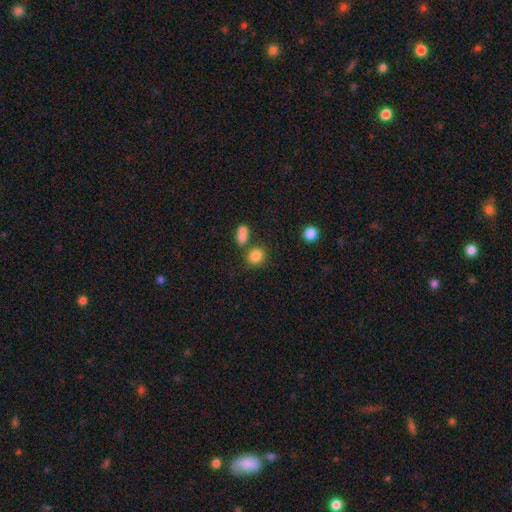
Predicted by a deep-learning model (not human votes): Smooth or featured? Predicted: smooth (p=0.84). How rounded? Predicted: round (p=0.76). Merging? Predicted: none (p=0.67).